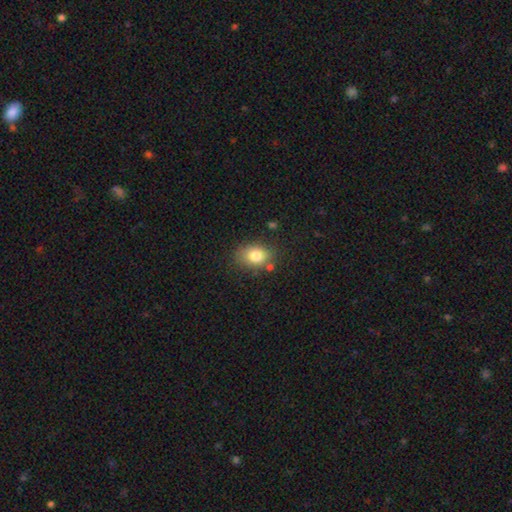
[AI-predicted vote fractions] This is clearly a smooth galaxy (81%). How rounded: likely in between (63%). Merging: likely none (74%).